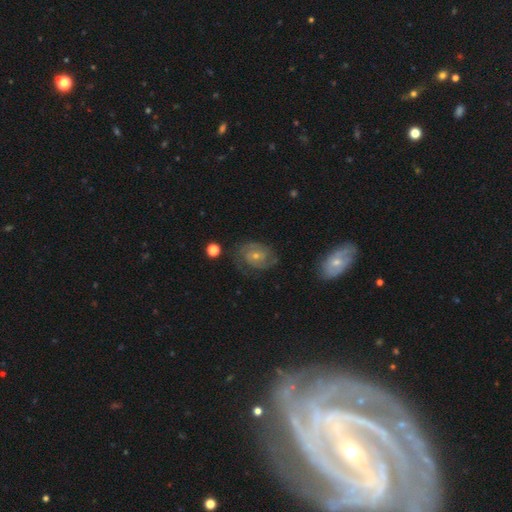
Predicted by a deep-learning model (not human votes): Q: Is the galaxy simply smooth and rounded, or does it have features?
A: featured or disk — 74%.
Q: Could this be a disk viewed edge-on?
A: no — 97%.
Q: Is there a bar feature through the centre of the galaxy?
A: no — 66%.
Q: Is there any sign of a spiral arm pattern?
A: yes — 93%.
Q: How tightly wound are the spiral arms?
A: tight — 59%.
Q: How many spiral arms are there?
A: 2 — 49%.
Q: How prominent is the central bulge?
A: small — 60%.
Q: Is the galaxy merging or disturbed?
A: none — 74%.